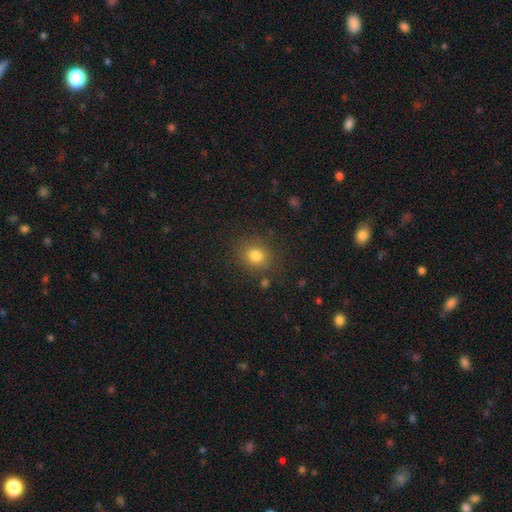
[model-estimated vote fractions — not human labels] This appears to be a smooth galaxy with no disk features (80%) that is round (76%). Merging: none (84%).